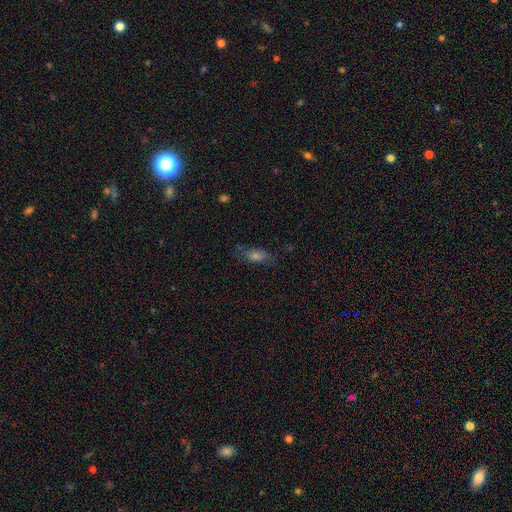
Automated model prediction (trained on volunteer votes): Smooth or featured? Predicted: smooth (p=0.51). How rounded? Predicted: in between (p=0.68). Merging? Predicted: none (p=0.67).